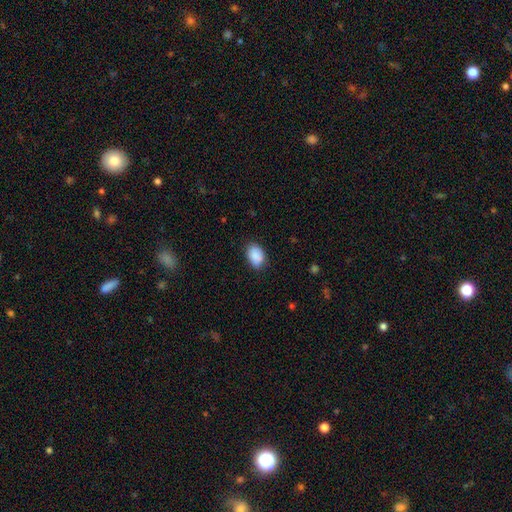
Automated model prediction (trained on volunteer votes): A smooth galaxy with no disk features (89%) that is in between round and cigar-shaped (82%). Merging: none (82%).